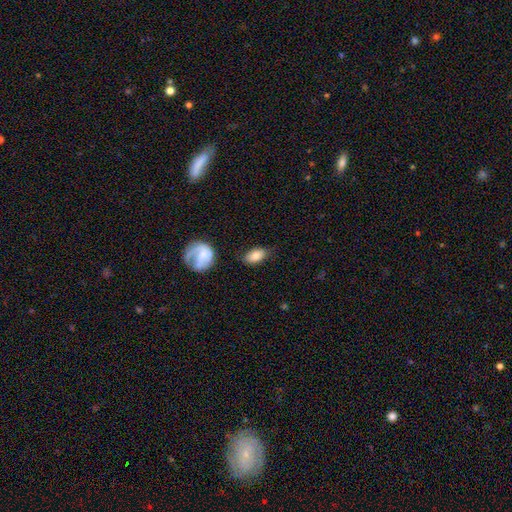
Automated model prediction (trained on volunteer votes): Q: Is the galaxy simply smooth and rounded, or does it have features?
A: smooth — 78%.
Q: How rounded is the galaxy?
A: in between — 89%.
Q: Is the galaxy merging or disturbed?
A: none — 71%.